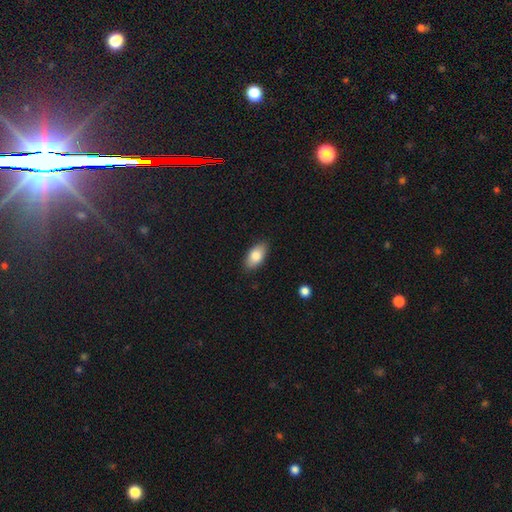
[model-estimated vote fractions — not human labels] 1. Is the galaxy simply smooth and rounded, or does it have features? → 82% smooth, 11% featured or disk, 7% star or artifact.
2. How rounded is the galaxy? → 92% in between, 5% cigar-shaped, 4% round.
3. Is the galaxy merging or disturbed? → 86% none, 11% minor disturbance, 2% major disturbance, 1% merger.